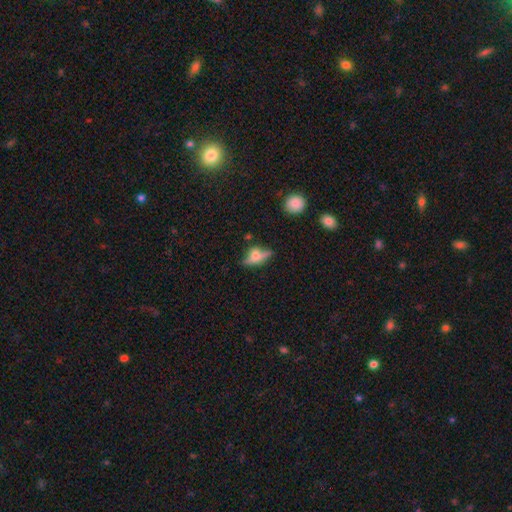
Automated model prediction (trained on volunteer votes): Smooth or featured? featured or disk (51%)
Edge-on disk? yes (83%)
Merging? none (63%)